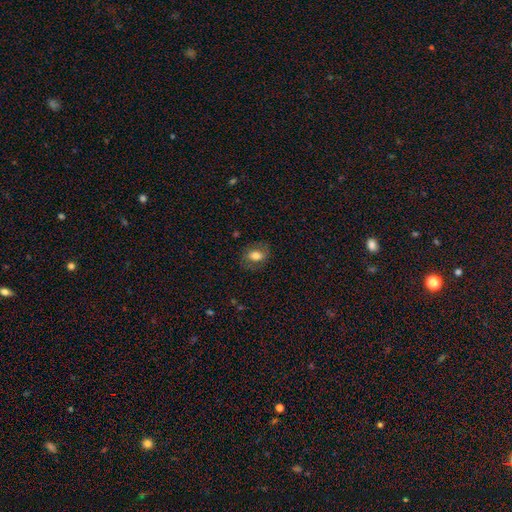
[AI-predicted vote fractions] Smooth or featured: smooth — 67% (featured or disk — 24%)
How rounded: in between — 76% (round — 22%)
Merging: none — 74% (minor disturbance — 17%)